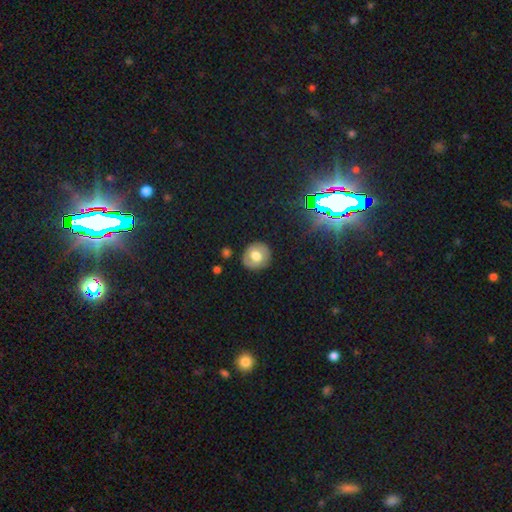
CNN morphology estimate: A smooth galaxy with no disk features (61%) that is round (85%).

Vote fractions:
- Smooth or featured? smooth: 61% / featured or disk: 30% / star or artifact: 10%
- How rounded? round: 85% / in between: 14% / cigar-shaped: 1%
- Merging? none: 85% / minor disturbance: 11% / major disturbance: 3% / merger: 2%